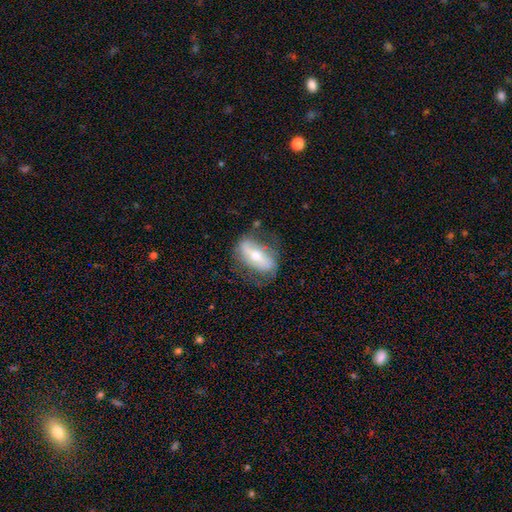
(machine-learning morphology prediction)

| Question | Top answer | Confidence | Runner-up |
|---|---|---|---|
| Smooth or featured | featured or disk | 62% | smooth (32%) |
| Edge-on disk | no | 83% | yes (17%) |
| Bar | strong | 46% | no (31%) |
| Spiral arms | yes | 60% | no (40%) |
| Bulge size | moderate | 54% | small (40%) |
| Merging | none | 62% | minor disturbance (23%) |